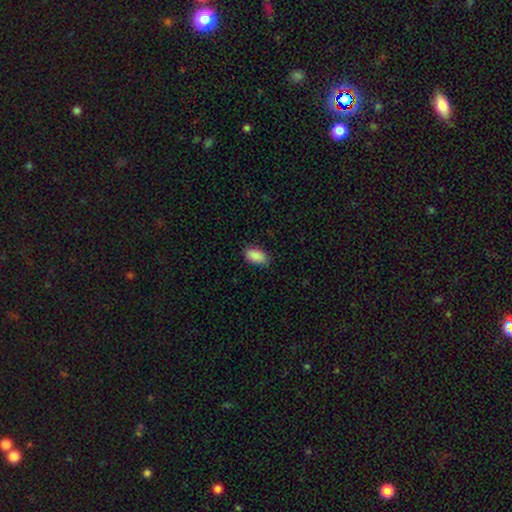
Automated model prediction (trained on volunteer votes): Smooth or featured? Predicted: smooth (p=0.90). How rounded? Predicted: in between (p=0.93). Merging? Predicted: none (p=0.84).